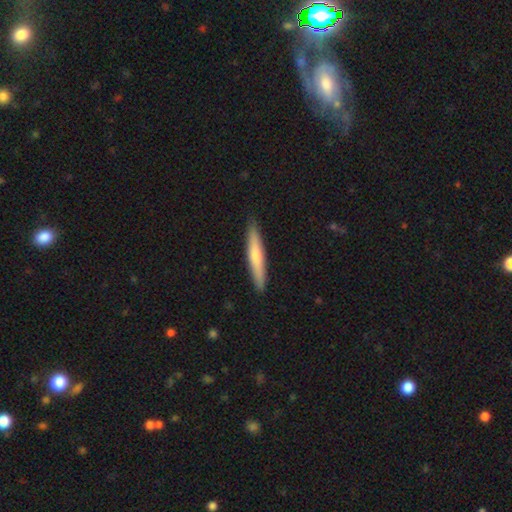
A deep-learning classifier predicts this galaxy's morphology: This is likely a smooth galaxy (61%). How rounded: clearly cigar-shaped (93%). Merging: clearly none (90%).